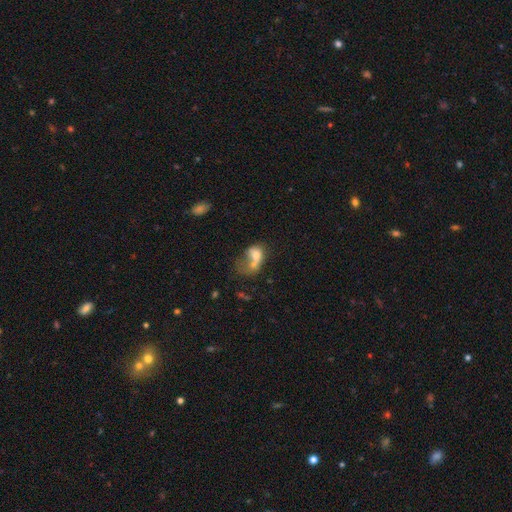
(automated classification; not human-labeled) This is likely a smooth galaxy (60%). How rounded: likely in between (68%). Merging: possibly merger (55%).